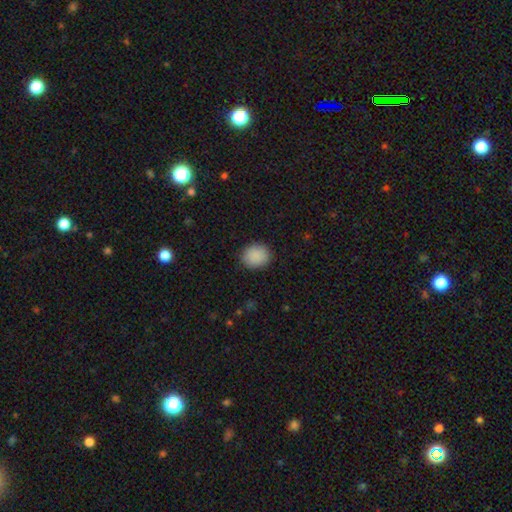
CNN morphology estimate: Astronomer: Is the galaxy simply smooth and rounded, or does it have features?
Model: smooth — 89%.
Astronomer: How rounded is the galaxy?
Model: round — 71%.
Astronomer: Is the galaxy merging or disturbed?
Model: none — 88%.